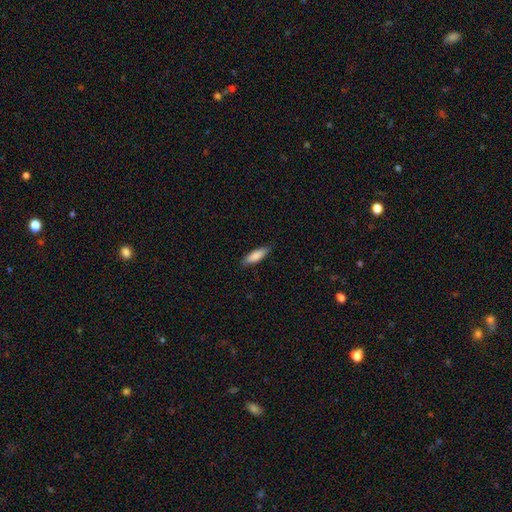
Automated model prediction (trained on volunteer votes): smooth-or-featured: smooth: 85% | featured or disk: 9% | star or artifact: 6%
  how-rounded: cigar-shaped: 52% | in between: 46% | round: 2%
  merging: none: 84% | minor disturbance: 12% | major disturbance: 2% | merger: 1%